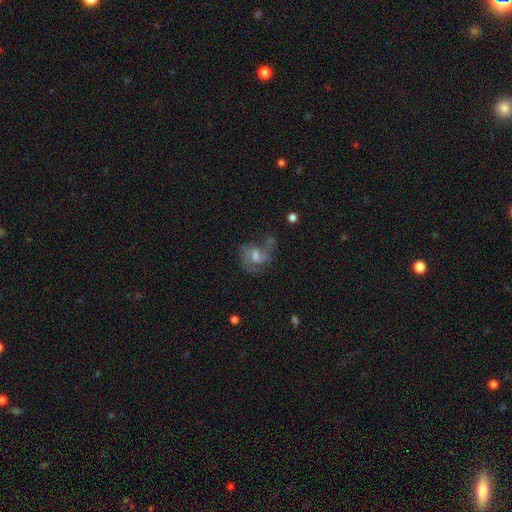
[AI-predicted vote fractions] The model was most divided on "merging": none: 37%, major disturbance: 30%, minor disturbance: 21%, merger: 11%. Remaining: edge-on disk — no (97%); spiral arms — yes (78%); smooth or featured — featured or disk (63%); bulge size — moderate (50%); bar — weak (49%).